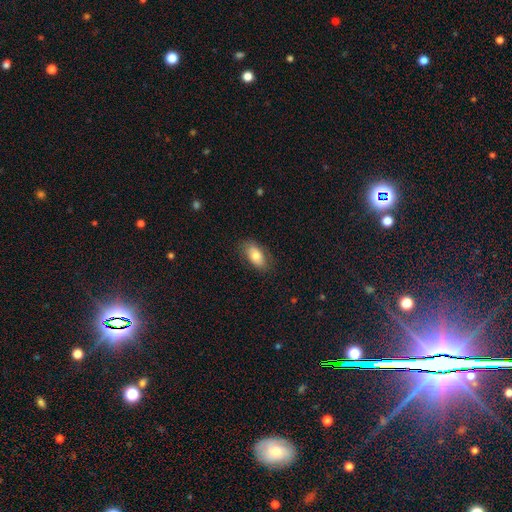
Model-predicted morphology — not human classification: This appears to be a smooth galaxy with no disk features (74%) that is in between round and cigar-shaped (91%). Merging: none (78%).